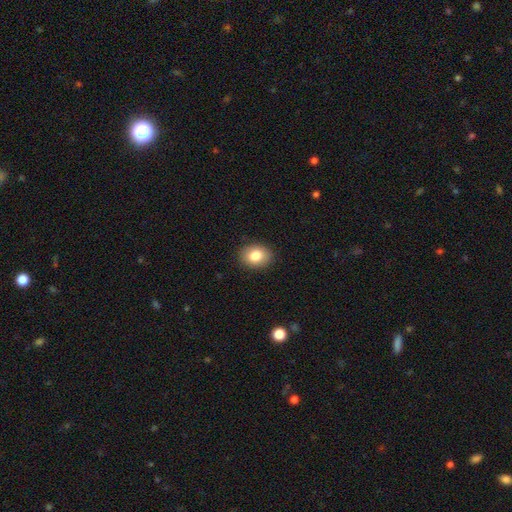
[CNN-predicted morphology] Smooth or featured: smooth — 83% (star or artifact — 9%)
How rounded: in between — 54% (round — 45%)
Merging: none — 90% (minor disturbance — 8%)